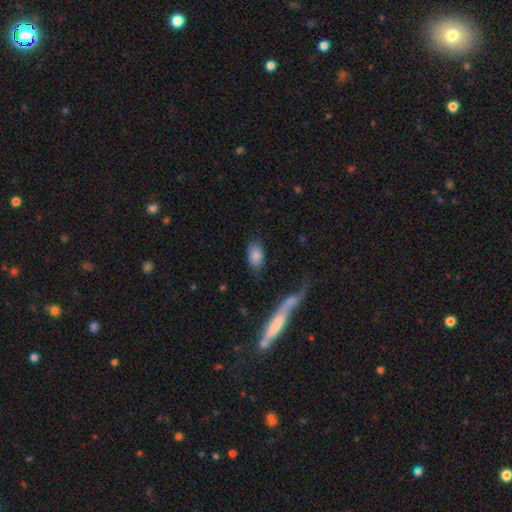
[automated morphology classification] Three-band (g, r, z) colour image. It shows a smooth galaxy with no disk features (84%) that is in between round and cigar-shaped (92%). Merging: none (73%).